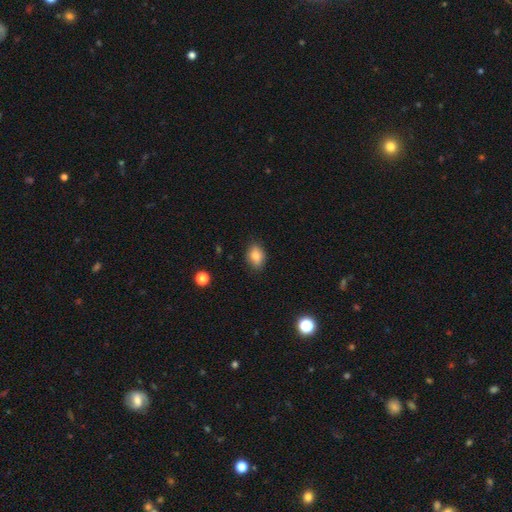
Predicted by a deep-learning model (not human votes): smooth-or-featured: smooth: 80% | featured or disk: 10% | star or artifact: 9%
  how-rounded: in between: 68% | round: 30% | cigar-shaped: 1%
  merging: none: 82% | minor disturbance: 14% | major disturbance: 3% | merger: 1%